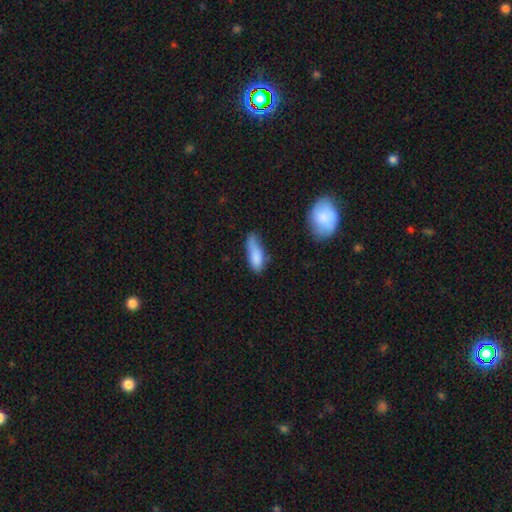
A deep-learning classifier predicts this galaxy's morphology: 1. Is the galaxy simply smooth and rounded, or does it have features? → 82% smooth, 11% featured or disk, 8% star or artifact.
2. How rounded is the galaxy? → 60% in between, 37% cigar-shaped, 2% round.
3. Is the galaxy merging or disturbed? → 41% none, 38% minor disturbance, 14% major disturbance, 7% merger.